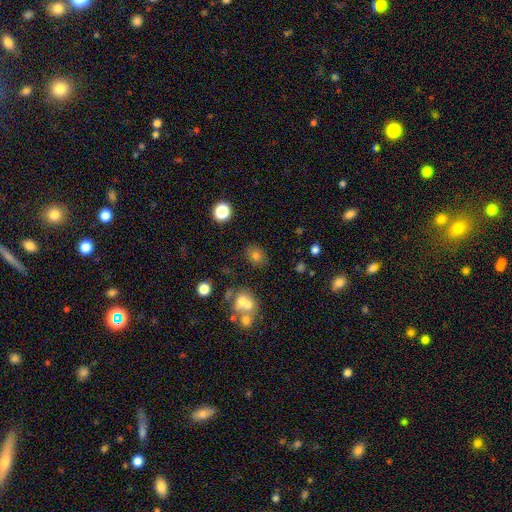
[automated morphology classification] A smooth galaxy with no disk features (72%) that is in between round and cigar-shaped (56%). Merging: none (73%).